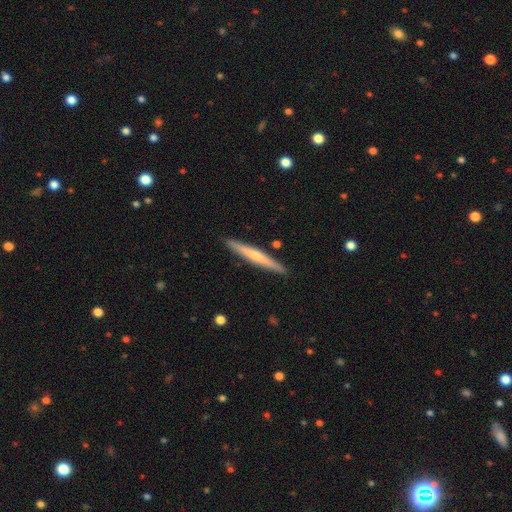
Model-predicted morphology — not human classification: The model was most divided on "smooth or featured": featured or disk: 50%, smooth: 45%, star or artifact: 5%. More confident: merging — none (91%).